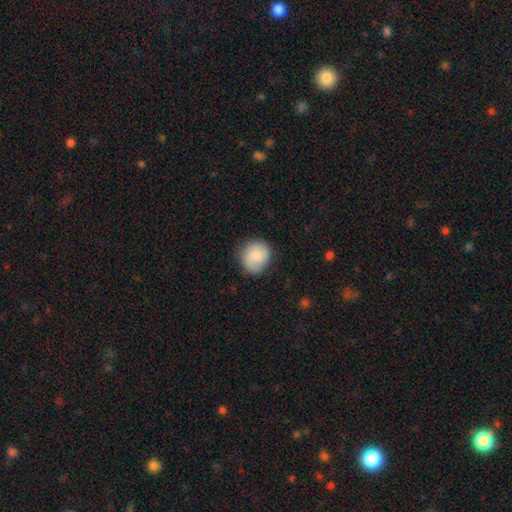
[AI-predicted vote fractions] This appears to be a smooth galaxy with no disk features (81%) that is round (82%). Merging: none (77%).